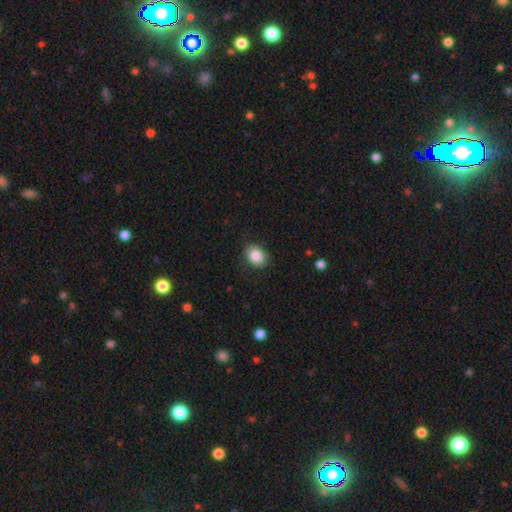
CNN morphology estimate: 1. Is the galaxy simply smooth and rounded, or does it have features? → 85% smooth, 8% star or artifact, 7% featured or disk.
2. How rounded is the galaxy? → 61% in between, 38% round, 1% cigar-shaped.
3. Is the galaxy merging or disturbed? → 83% none, 13% minor disturbance, 3% major disturbance, 1% merger.